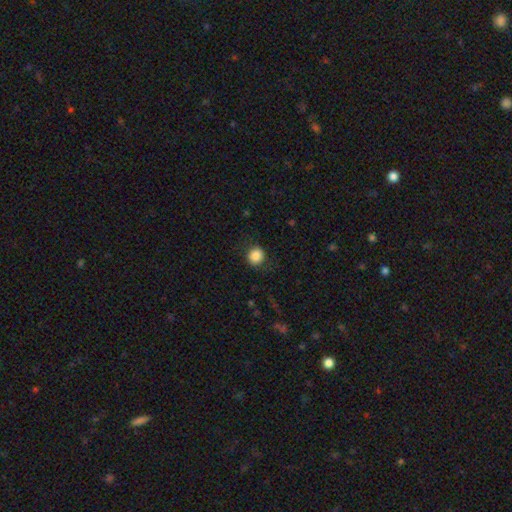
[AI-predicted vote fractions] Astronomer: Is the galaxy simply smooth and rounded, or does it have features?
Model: smooth — 87%.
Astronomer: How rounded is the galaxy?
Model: round — 86%.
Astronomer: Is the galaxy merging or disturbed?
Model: none — 84%.